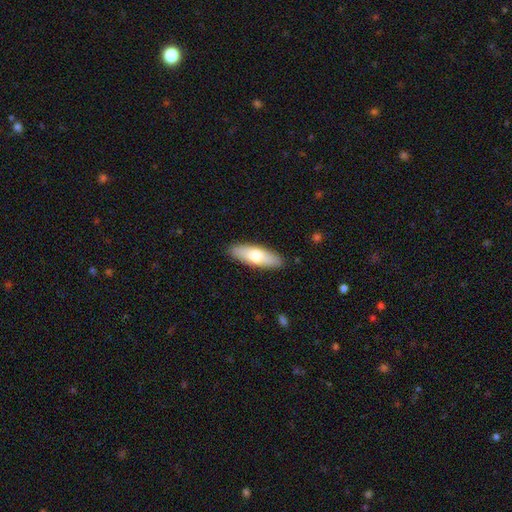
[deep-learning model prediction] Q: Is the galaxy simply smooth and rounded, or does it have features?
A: smooth — 71%.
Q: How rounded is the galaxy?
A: in between — 51%.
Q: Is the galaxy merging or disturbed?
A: none — 89%.